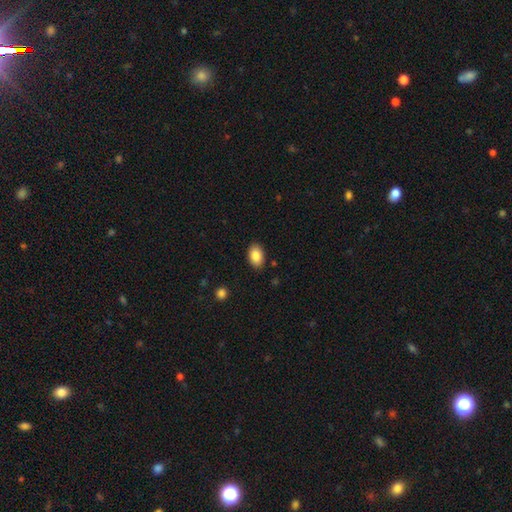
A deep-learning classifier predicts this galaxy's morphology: A smooth galaxy with no disk features (87%) that is in between round and cigar-shaped (89%).

Vote fractions:
- Smooth or featured? smooth: 87% / star or artifact: 7% / featured or disk: 6%
- How rounded? in between: 89% / round: 10% / cigar-shaped: 1%
- Merging? none: 88% / minor disturbance: 9% / major disturbance: 2% / merger: 1%